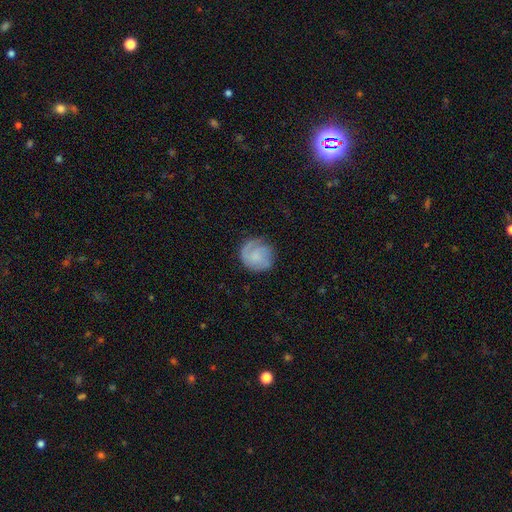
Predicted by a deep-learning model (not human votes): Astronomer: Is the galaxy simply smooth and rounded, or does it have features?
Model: featured or disk — 48% (runner-up: smooth, 44%).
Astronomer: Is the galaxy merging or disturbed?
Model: none — 70%.